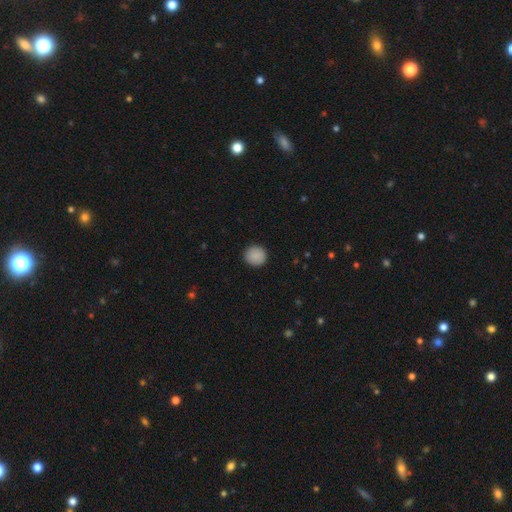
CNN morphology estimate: This is clearly a smooth galaxy (90%). How rounded: clearly round (94%). Merging: clearly none (92%).